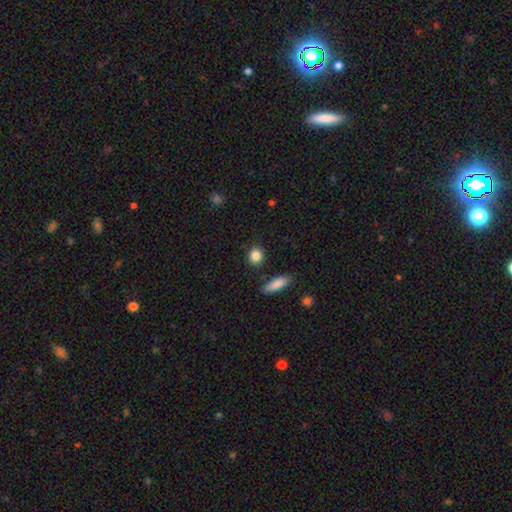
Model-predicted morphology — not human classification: smooth_or_featured: smooth (p=0.86) [alt: star or artifact p=0.09]
how_rounded: round (p=0.74) [alt: in between p=0.24]
merging: none (p=0.85) [alt: minor disturbance p=0.09]